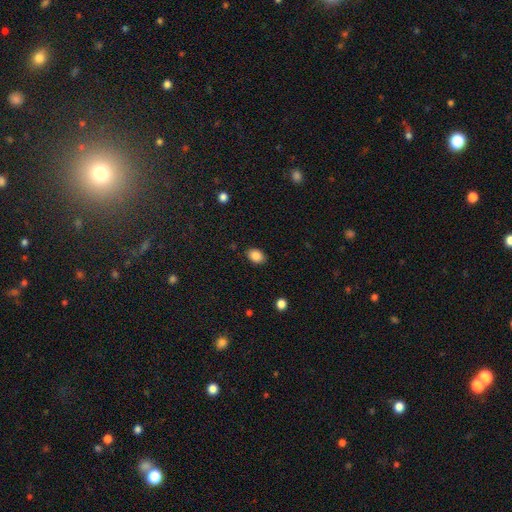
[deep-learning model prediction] Morphology: type=smooth (87%); roundness=in between (78%); merging=none (86%).